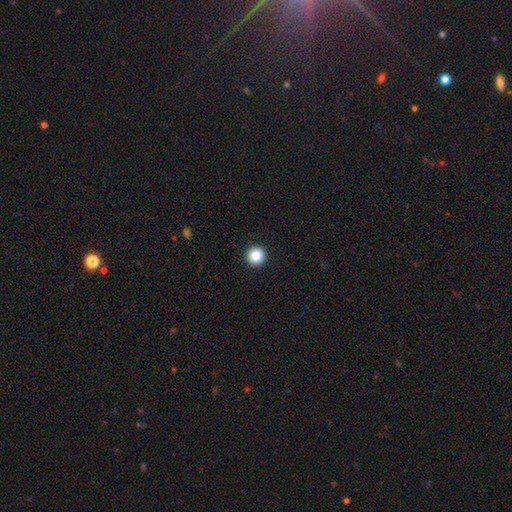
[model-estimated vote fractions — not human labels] This appears to be a smooth galaxy with no disk features (87%) that is round (96%). Merging: none (93%).